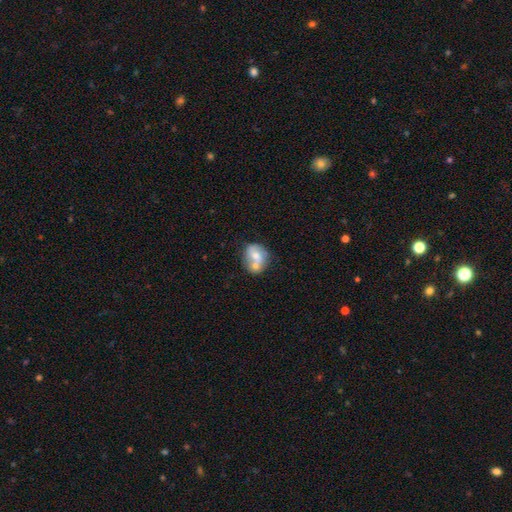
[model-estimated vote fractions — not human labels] smooth 51%, featured or disk 42%, star or artifact 7%. Down the decision tree: how rounded — round (60%); merging — merger (50%).